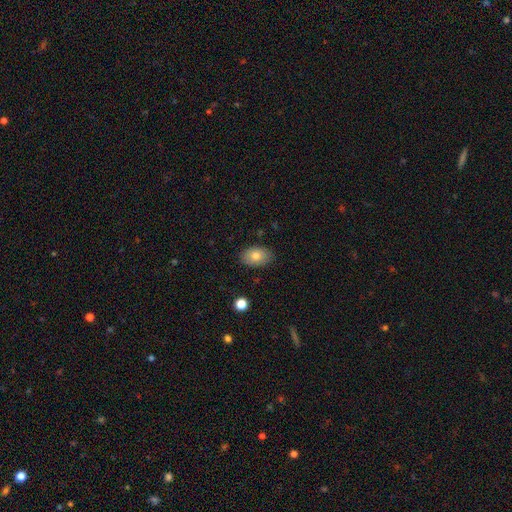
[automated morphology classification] Q: Smooth or featured?
A: smooth (80%); runner-up: featured or disk (13%)
Q: How rounded?
A: in between (86%); runner-up: round (13%)
Q: Merging?
A: none (86%); runner-up: minor disturbance (11%)